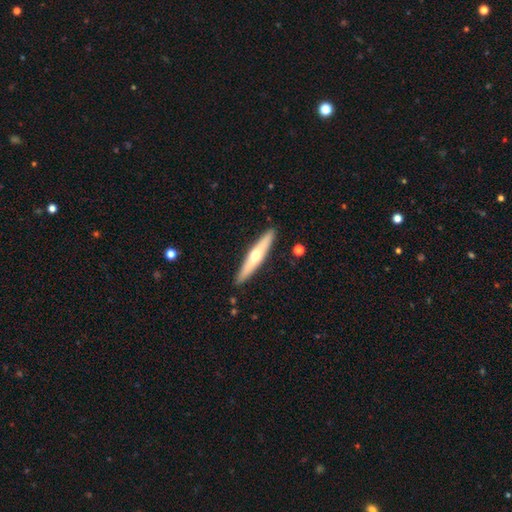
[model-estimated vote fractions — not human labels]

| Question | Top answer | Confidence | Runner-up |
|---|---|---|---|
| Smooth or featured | featured or disk | 54% | smooth (41%) |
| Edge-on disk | yes | 94% | no (6%) |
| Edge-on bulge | rounded | 89% | none (9%) |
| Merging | none | 90% | minor disturbance (7%) |